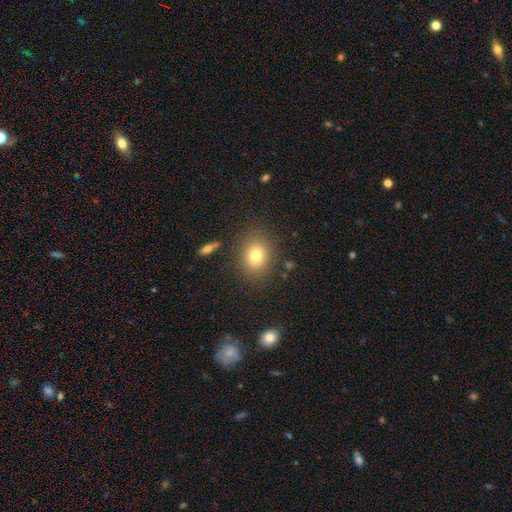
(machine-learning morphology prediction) smooth-or-featured: smooth: 77% | star or artifact: 13% | featured or disk: 10%
  how-rounded: round: 51% | in between: 48% | cigar-shaped: 1%
  merging: none: 84% | minor disturbance: 10% | major disturbance: 4% | merger: 2%